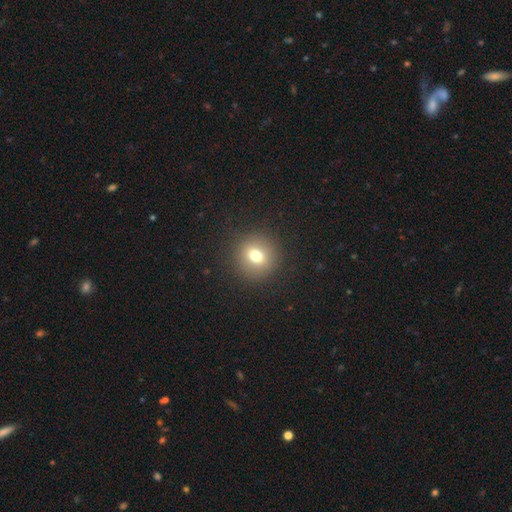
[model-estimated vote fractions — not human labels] This appears to be a smooth galaxy with no disk features (72%) that is round (84%). Merging: none (89%).